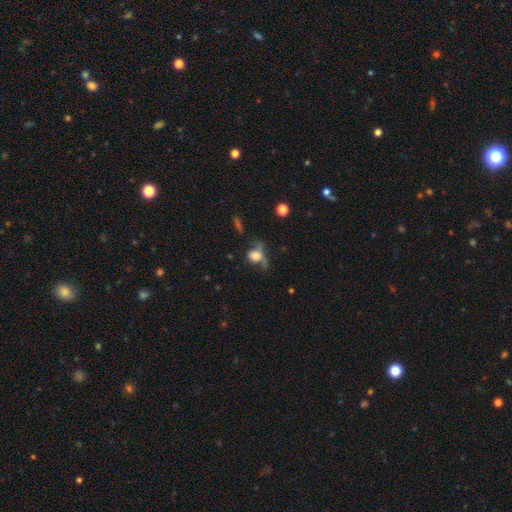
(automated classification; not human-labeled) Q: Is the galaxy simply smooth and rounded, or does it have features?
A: smooth — 60%.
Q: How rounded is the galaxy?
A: round — 50%.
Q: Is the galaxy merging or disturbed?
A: major disturbance — 38%.